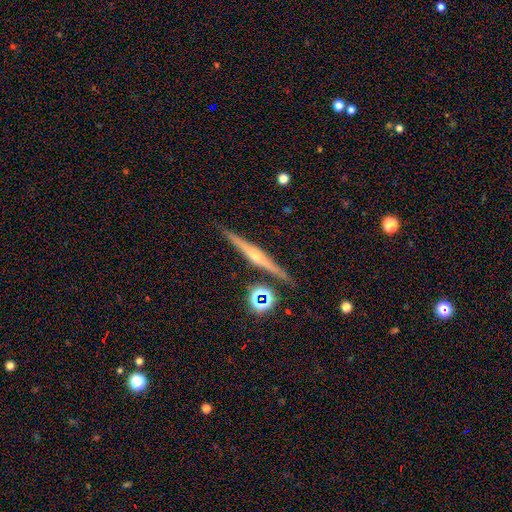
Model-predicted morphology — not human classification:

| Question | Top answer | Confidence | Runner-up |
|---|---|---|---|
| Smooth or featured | featured or disk | 77% | smooth (14%) |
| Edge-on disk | yes | 98% | no (2%) |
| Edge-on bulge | rounded | 85% | none (10%) |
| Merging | none | 88% | minor disturbance (7%) |